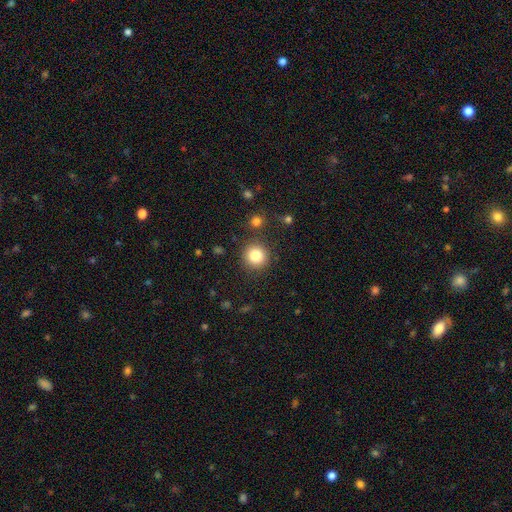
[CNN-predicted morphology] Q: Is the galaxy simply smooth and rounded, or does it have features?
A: smooth — 83%.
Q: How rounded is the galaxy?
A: round — 94%.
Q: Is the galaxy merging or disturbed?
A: none — 87%.